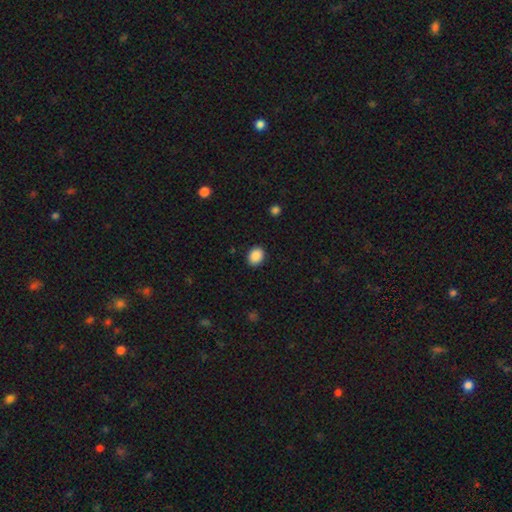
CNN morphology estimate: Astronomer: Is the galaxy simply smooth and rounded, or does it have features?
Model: smooth — 89%.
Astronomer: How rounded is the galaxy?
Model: in between — 51% (runner-up: round, 48%).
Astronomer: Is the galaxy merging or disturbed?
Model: none — 90%.